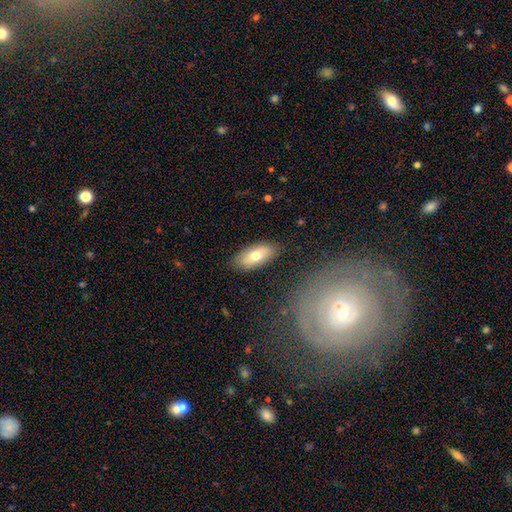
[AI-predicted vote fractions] Smooth or featured: smooth — 69% (featured or disk — 25%)
How rounded: in between — 86% (cigar-shaped — 11%)
Merging: none — 85% (minor disturbance — 11%)